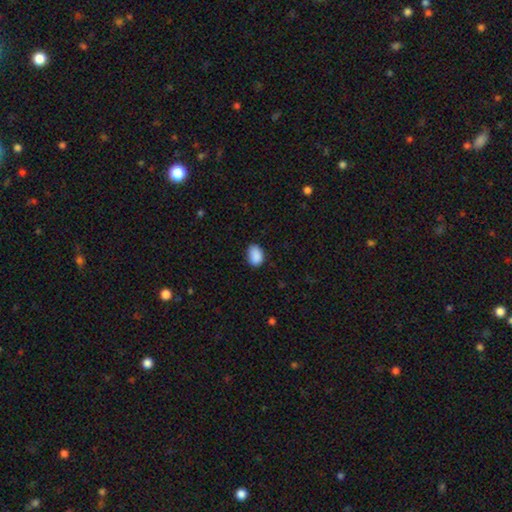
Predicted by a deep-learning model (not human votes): This appears to be a smooth galaxy with no disk features (89%) that is in between round and cigar-shaped (80%). Merging: none (78%).